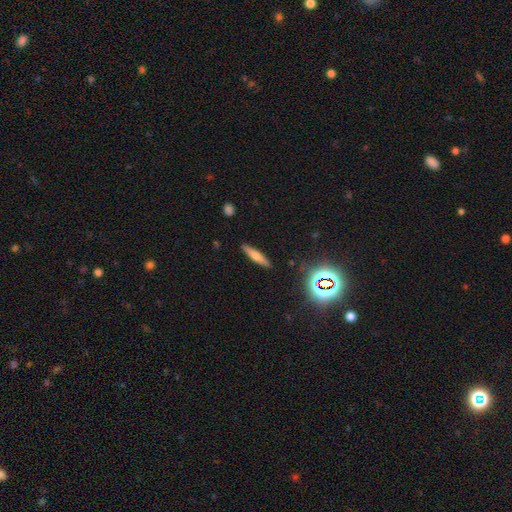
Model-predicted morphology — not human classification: A smooth galaxy with no disk features (55%) that is cigar-shaped (82%).

Vote fractions:
- Smooth or featured? smooth: 55% / featured or disk: 33% / star or artifact: 11%
- How rounded? cigar-shaped: 82% / in between: 15% / round: 2%
- Merging? none: 89% / minor disturbance: 8% / major disturbance: 2% / merger: 1%